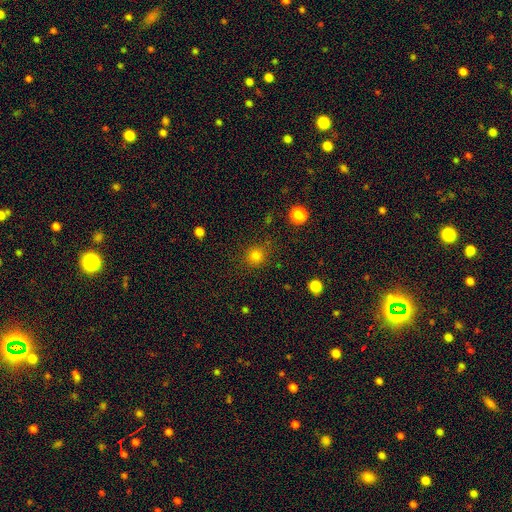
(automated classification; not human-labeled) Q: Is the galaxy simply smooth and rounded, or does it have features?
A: smooth — 80%.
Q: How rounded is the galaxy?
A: round — 90%.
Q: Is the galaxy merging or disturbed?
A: none — 85%.